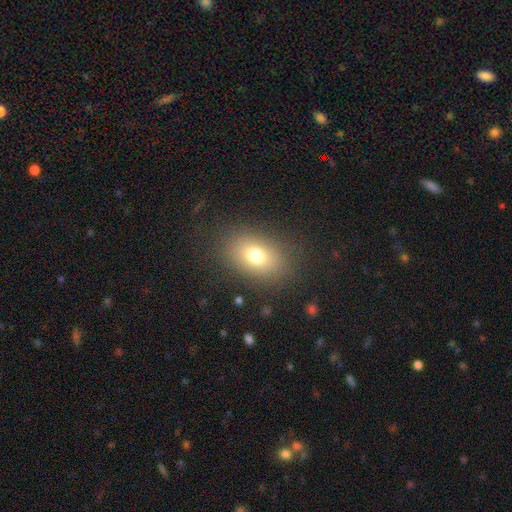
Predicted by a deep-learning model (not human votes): The model was most divided on "how rounded": in between: 79%, round: 20%, cigar-shaped: 2%. More confident: merging — none (84%); smooth or featured — smooth (75%).